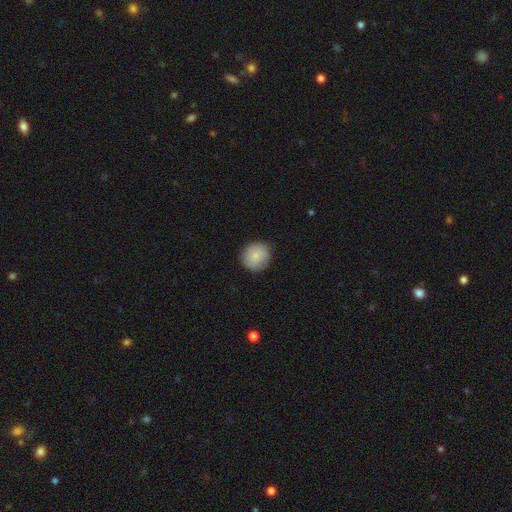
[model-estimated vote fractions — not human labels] A smooth galaxy with no disk features (87%) that is round (87%). Merging: none (88%).